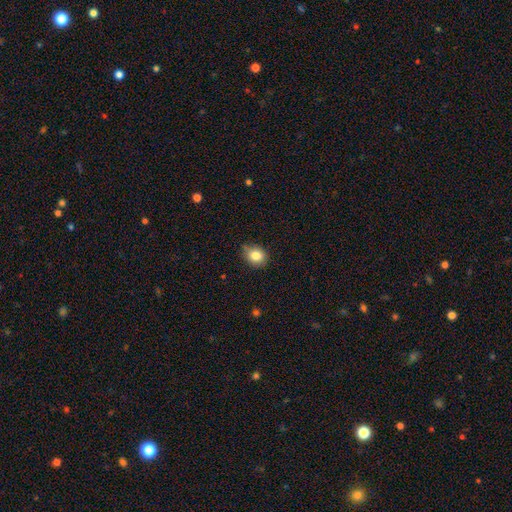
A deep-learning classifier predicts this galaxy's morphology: Smooth or featured: smooth — 83% (star or artifact — 10%)
How rounded: round — 69% (in between — 30%)
Merging: none — 75% (minor disturbance — 20%)